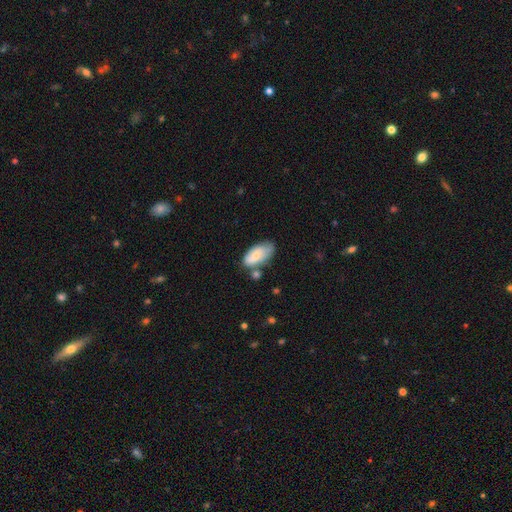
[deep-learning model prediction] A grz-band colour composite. It shows a smooth galaxy with no disk features (73%) that is in between round and cigar-shaped (91%). Merging: none (50%).